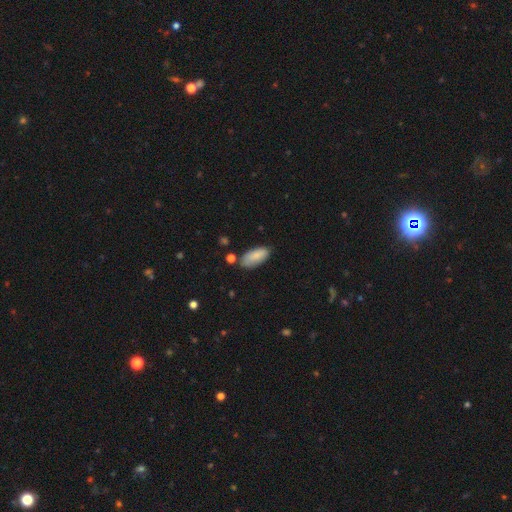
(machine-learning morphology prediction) smooth 85%, featured or disk 9%, star or artifact 6%. Down the decision tree: how rounded — in between (88%); merging — none (69%).